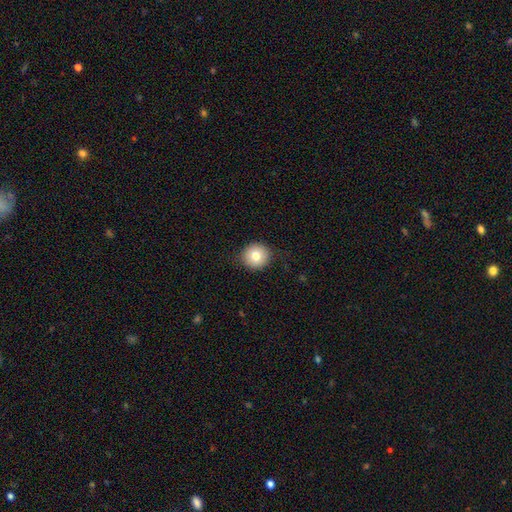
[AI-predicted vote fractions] smooth-or-featured: smooth: 78% | featured or disk: 13% | star or artifact: 10%
  how-rounded: round: 93% | in between: 7% | cigar-shaped: 1%
  merging: none: 88% | minor disturbance: 9% | major disturbance: 2% | merger: 1%